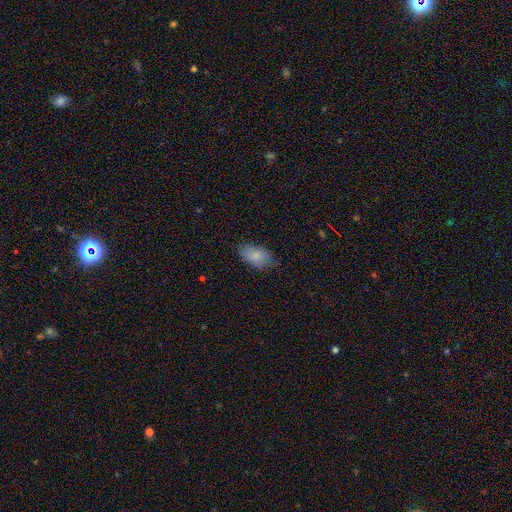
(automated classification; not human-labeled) Smooth or featured: smooth — 81% (featured or disk — 12%)
How rounded: in between — 92% (round — 5%)
Merging: none — 74% (minor disturbance — 20%)